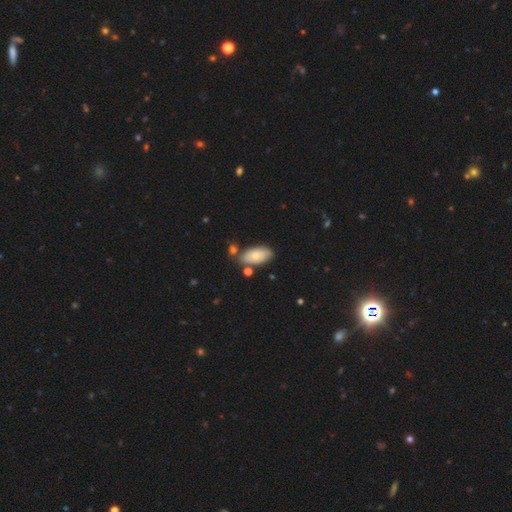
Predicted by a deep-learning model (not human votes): Smooth or featured?
  - smooth: 69% *
  - featured or disk: 24%
  - star or artifact: 7%
How rounded?
  - in between: 93% *
  - cigar-shaped: 4%
  - round: 3%
Merging?
  - none: 70% *
  - minor disturbance: 16%
  - merger: 11%
  - major disturbance: 3%